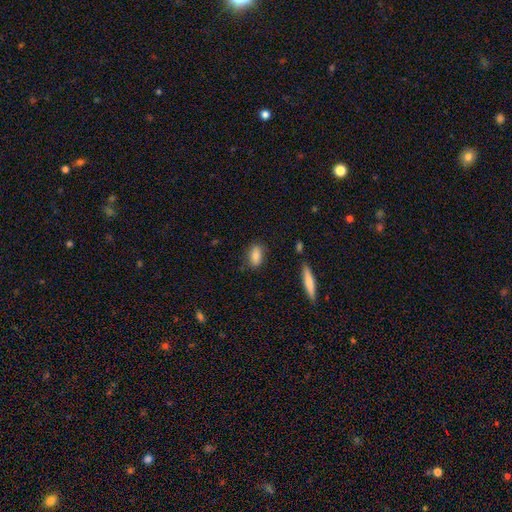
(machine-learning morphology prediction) Smooth or featured? smooth (84%)
How rounded? in between (86%)
Merging? none (81%)